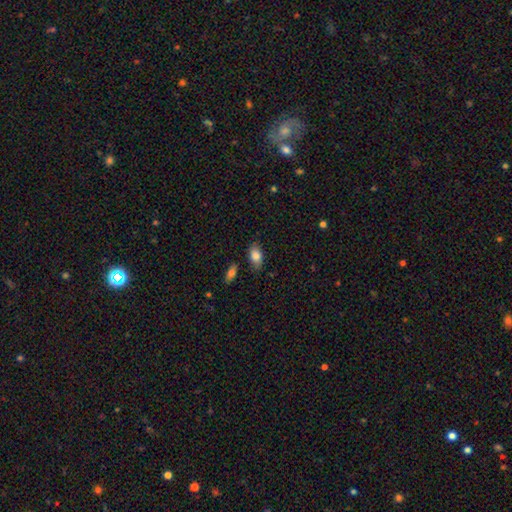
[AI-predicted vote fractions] Smooth or featured? smooth (83%)
How rounded? in between (90%)
Merging? none (77%)